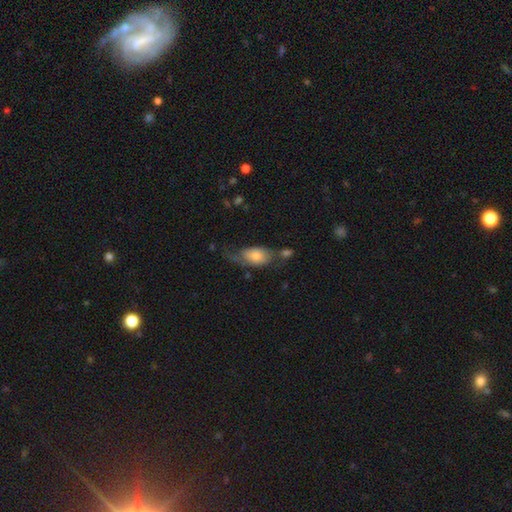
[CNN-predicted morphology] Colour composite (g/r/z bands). It shows a smooth galaxy with no disk features (60%) that is in between round and cigar-shaped (86%). Merging: none (38%).